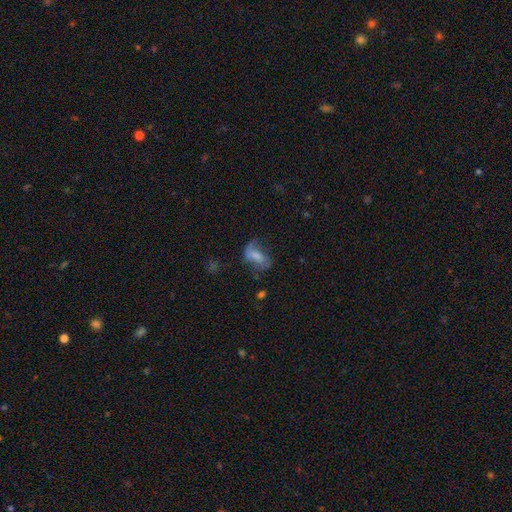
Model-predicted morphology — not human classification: Q: Smooth or featured?
A: smooth (48%); runner-up: featured or disk (41%)
Q: Merging?
A: none (39%); runner-up: major disturbance (30%)